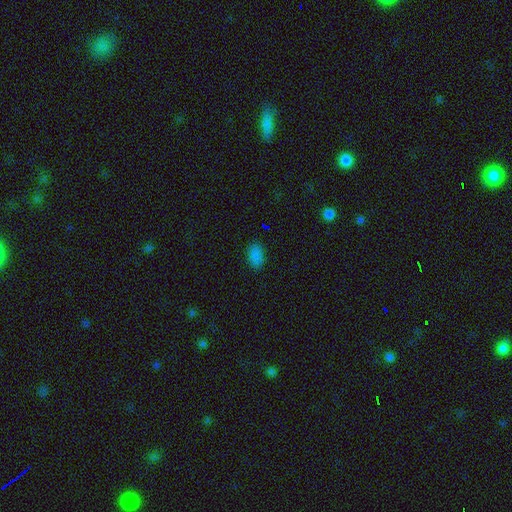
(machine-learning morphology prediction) Smooth or featured: smooth — 84% (star or artifact — 13%)
How rounded: in between — 92% (round — 6%)
Merging: none — 86% (minor disturbance — 10%)